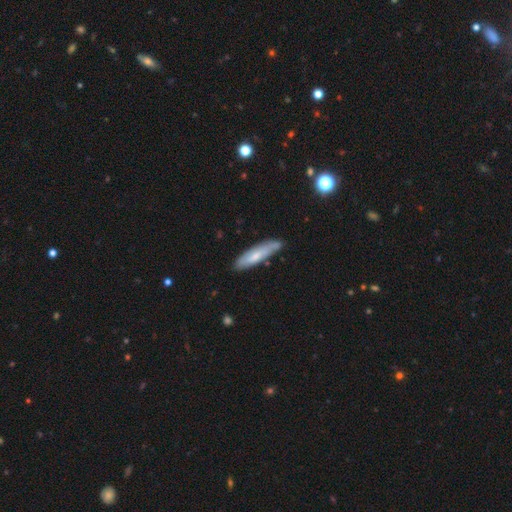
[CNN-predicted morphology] type=smooth (62%); roundness=cigar-shaped (73%); merging=none (75%).